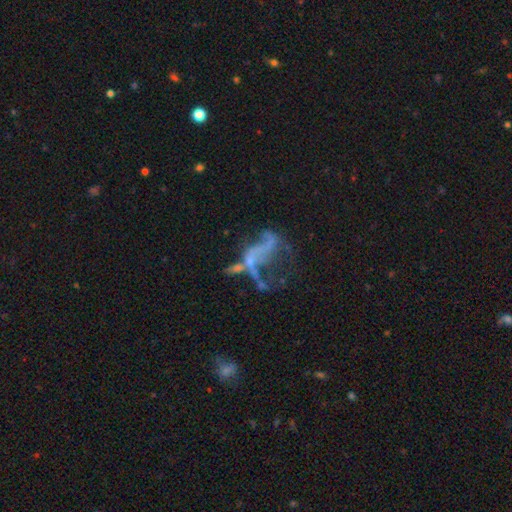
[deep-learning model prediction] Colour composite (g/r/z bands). It shows a featured or disk galaxy (65%) with no bar (76%), no spiral arms (64%) and no central bulge (64%). Merging: major disturbance (39%).